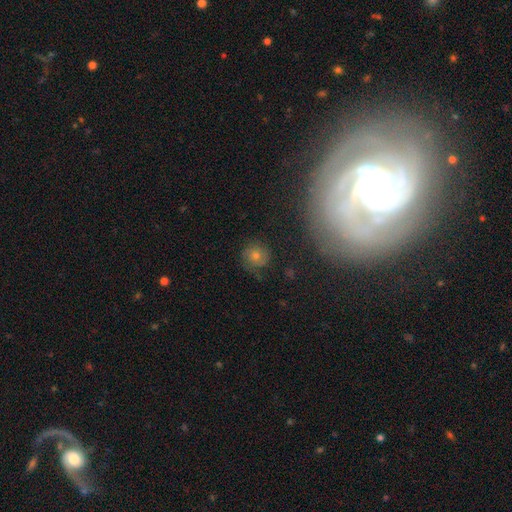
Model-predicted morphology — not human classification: smooth 52%, featured or disk 29%, star or artifact 19%. Down the decision tree: how rounded — round (89%); merging — none (79%).